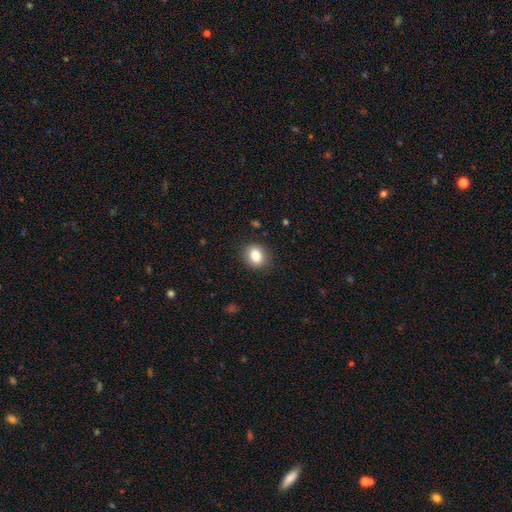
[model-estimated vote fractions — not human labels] Smooth or featured? Predicted: smooth (p=0.82). How rounded? Predicted: round (p=0.56). Merging? Predicted: none (p=0.87).